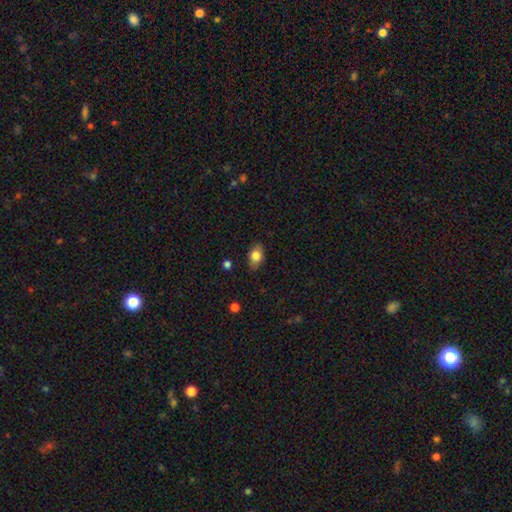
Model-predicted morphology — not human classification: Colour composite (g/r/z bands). It shows a smooth galaxy with no disk features (80%) that is in between round and cigar-shaped (83%). Merging: none (83%).